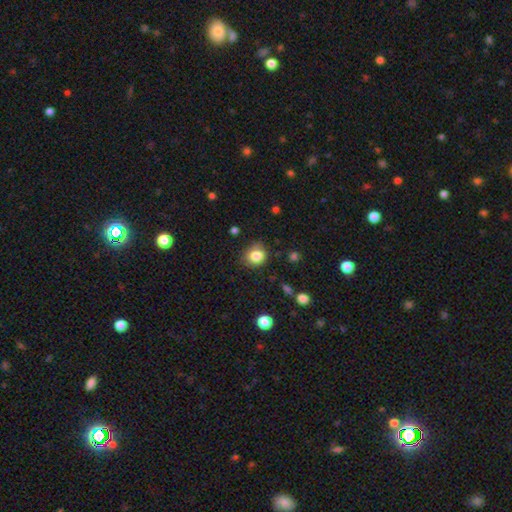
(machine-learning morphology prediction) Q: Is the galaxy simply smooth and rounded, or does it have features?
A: smooth — 83%.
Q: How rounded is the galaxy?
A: round — 68%.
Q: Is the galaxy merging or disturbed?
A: none — 76%.